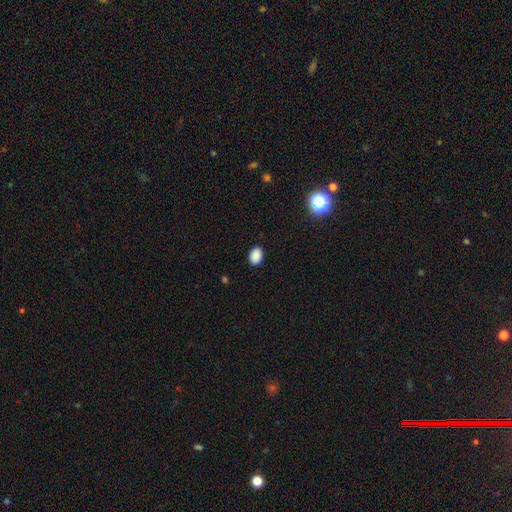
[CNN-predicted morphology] type=smooth (88%); roundness=in between (75%); merging=none (89%).